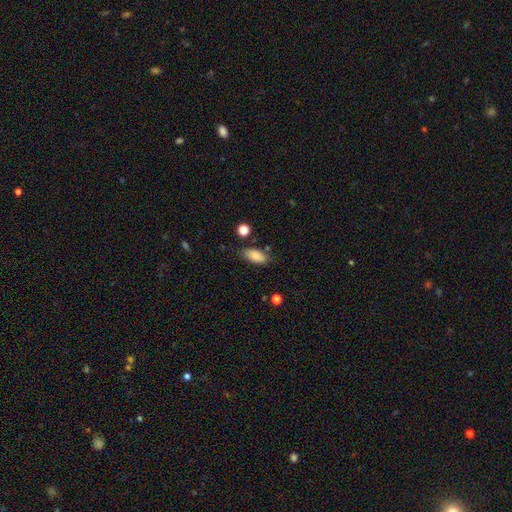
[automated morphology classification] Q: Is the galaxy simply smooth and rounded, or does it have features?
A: smooth — 86%.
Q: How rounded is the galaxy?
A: in between — 87%.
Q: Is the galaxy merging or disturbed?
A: none — 77%.